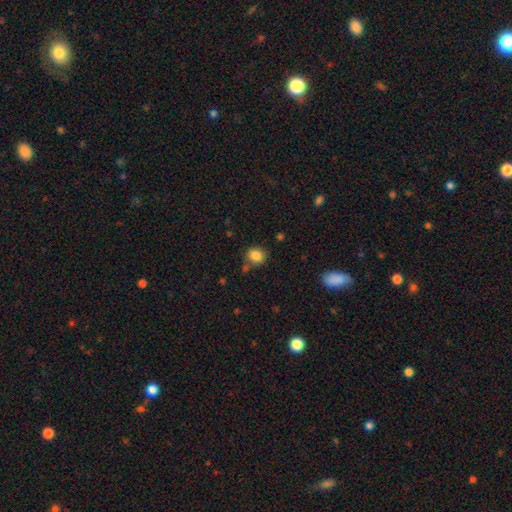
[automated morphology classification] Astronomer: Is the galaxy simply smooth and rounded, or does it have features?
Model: smooth — 84%.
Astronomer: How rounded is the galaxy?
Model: round — 79%.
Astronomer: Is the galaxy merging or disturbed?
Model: none — 78%.